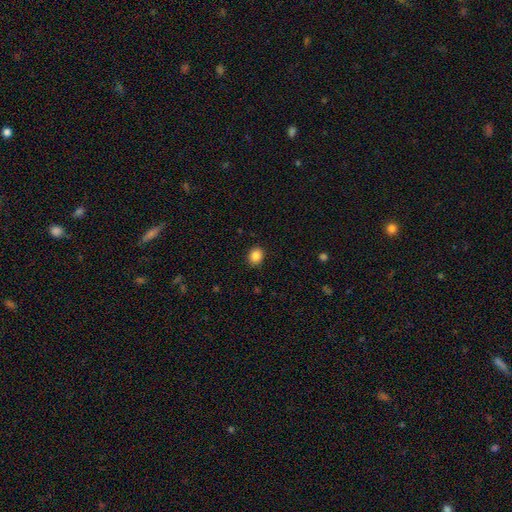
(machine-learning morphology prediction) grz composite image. It shows a smooth galaxy with no disk features (87%) that is round (68%). Merging: none (90%).